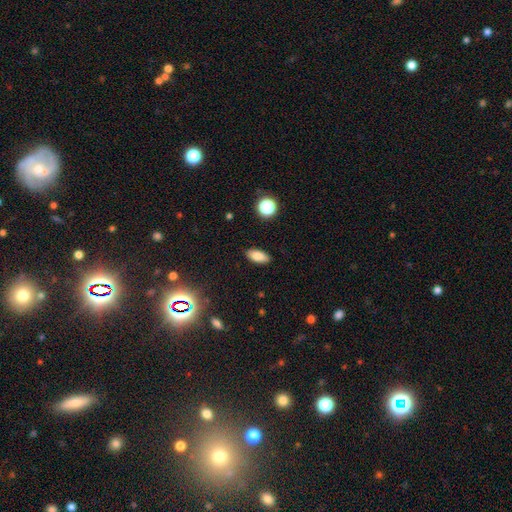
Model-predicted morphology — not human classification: Smooth or featured? smooth (83%)
How rounded? in between (87%)
Merging? none (88%)